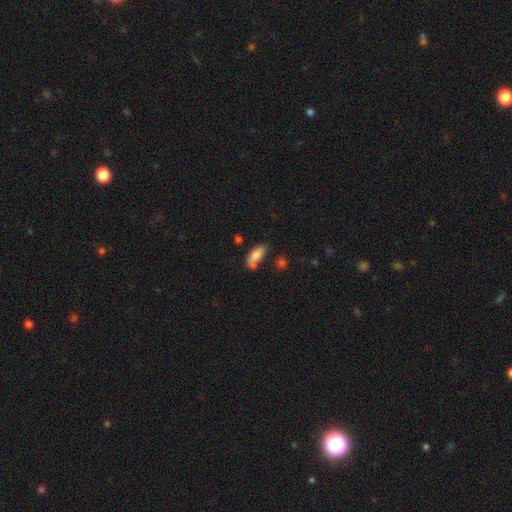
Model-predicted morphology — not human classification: This appears to be a smooth galaxy with no disk features (81%) that is in between round and cigar-shaped (83%). Merging: none (50%).